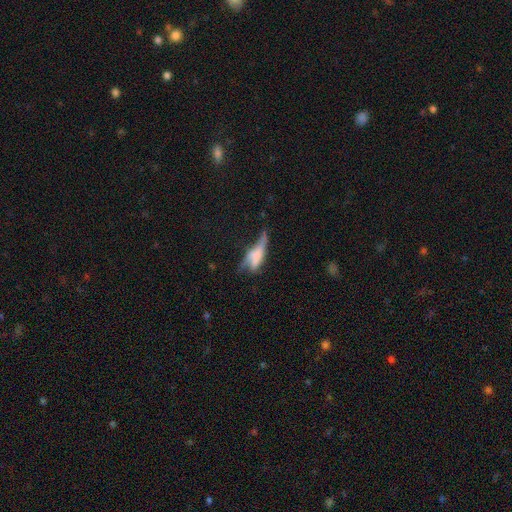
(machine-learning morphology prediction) smooth-or-featured: smooth: 47% | featured or disk: 42% | star or artifact: 11%
  merging: major disturbance: 35% | none: 27% | minor disturbance: 25% | merger: 13%